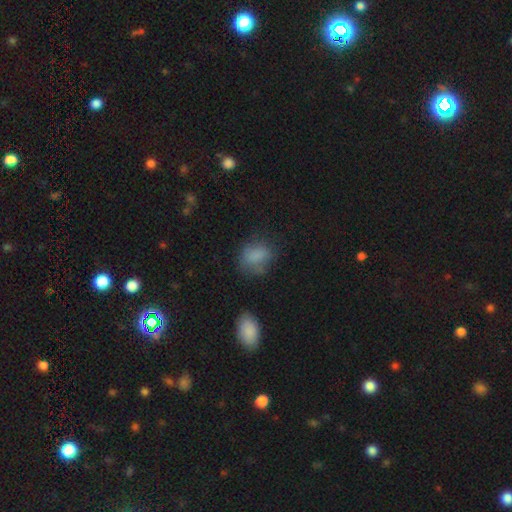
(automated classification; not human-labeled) Smooth or featured? smooth (78%)
How rounded? in between (58%)
Merging? none (57%)